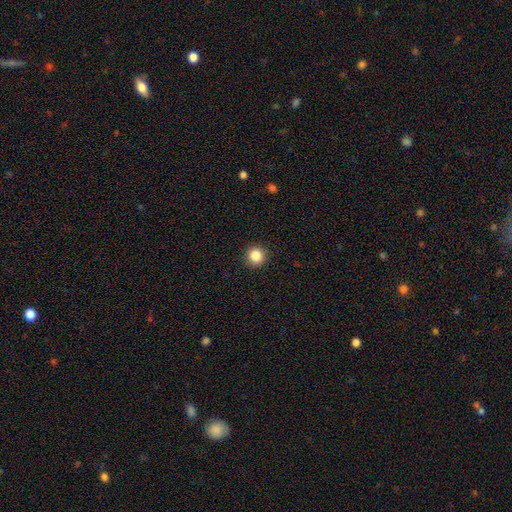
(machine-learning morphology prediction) smooth-or-featured: smooth: 85% | star or artifact: 11% | featured or disk: 4%
  how-rounded: round: 94% | in between: 5% | cigar-shaped: 1%
  merging: none: 92% | minor disturbance: 5% | major disturbance: 2% | merger: 1%